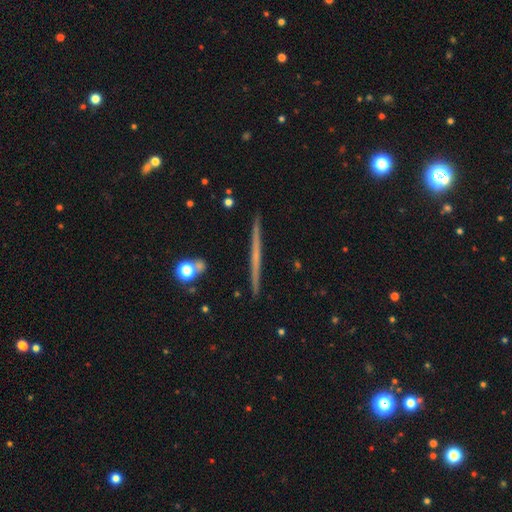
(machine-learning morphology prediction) Smooth or featured? featured or disk (62%)
Edge-on disk? yes (98%)
Edge-on bulge? none (87%)
Merging? none (93%)